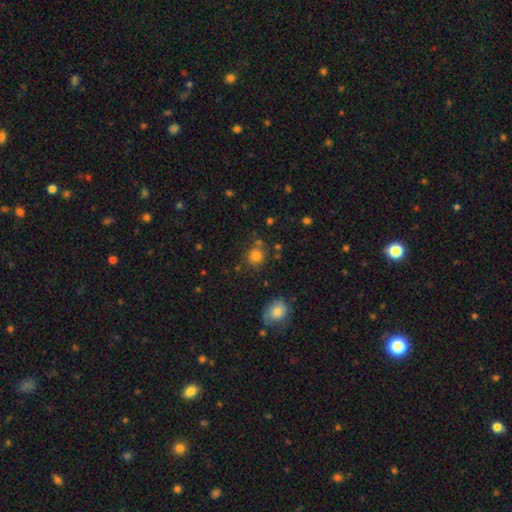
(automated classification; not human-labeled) Q: Smooth or featured?
A: smooth (81%); runner-up: star or artifact (13%)
Q: How rounded?
A: round (87%); runner-up: in between (12%)
Q: Merging?
A: none (76%); runner-up: minor disturbance (12%)